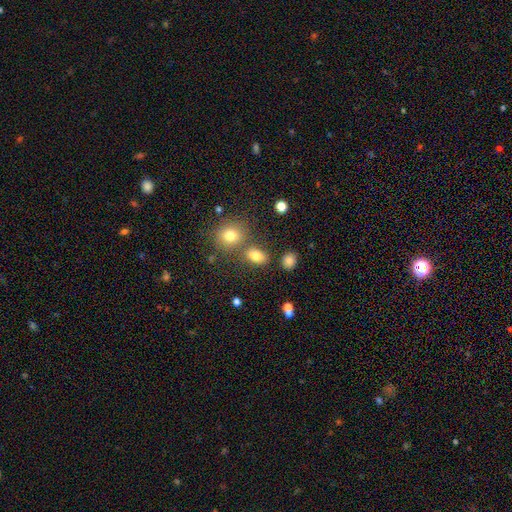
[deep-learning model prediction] Smooth or featured?
  - smooth: 79% *
  - star or artifact: 13%
  - featured or disk: 8%
How rounded?
  - in between: 76% *
  - round: 21%
  - cigar-shaped: 3%
Merging?
  - none: 70% *
  - merger: 15%
  - minor disturbance: 11%
  - major disturbance: 4%